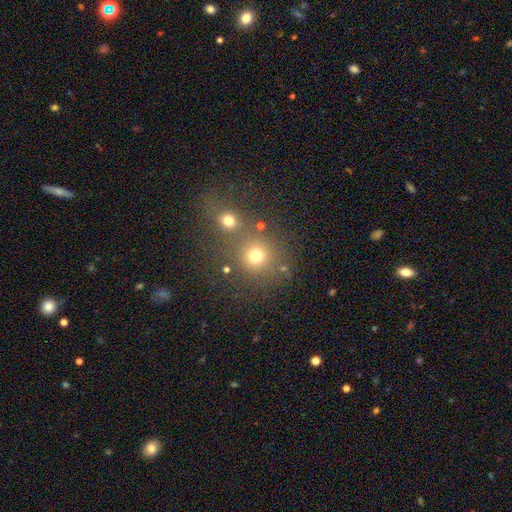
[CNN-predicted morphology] A smooth galaxy with no disk features (73%) that is round (89%).

Vote fractions:
- Smooth or featured? smooth: 73% / star or artifact: 19% / featured or disk: 8%
- How rounded? round: 89% / in between: 10% / cigar-shaped: 1%
- Merging? none: 60% / merger: 28% / minor disturbance: 8% / major disturbance: 5%